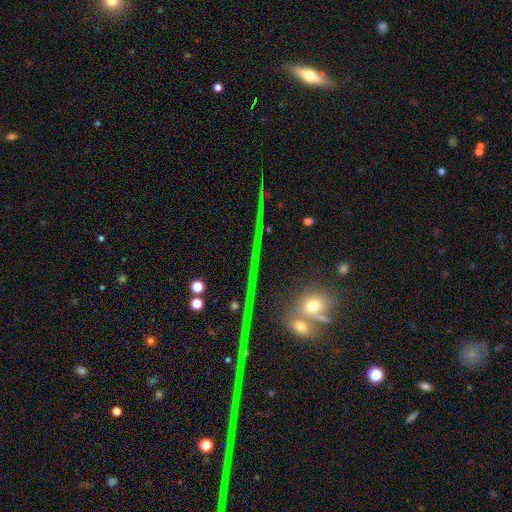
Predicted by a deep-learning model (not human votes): Morphology: type=star or artifact (74%).